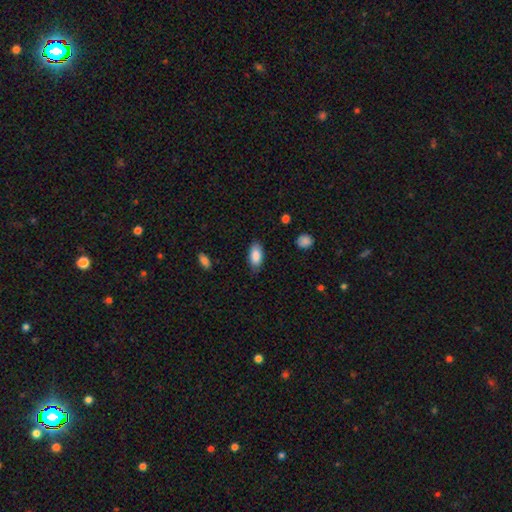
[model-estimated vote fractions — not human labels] This appears to be a smooth galaxy with no disk features (86%) that is in between round and cigar-shaped (90%). Merging: none (81%).